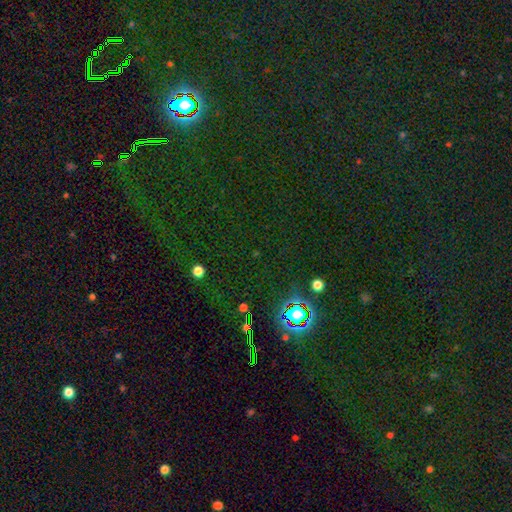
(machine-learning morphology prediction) smooth_or_featured: star or artifact (p=0.80) [alt: smooth p=0.12]